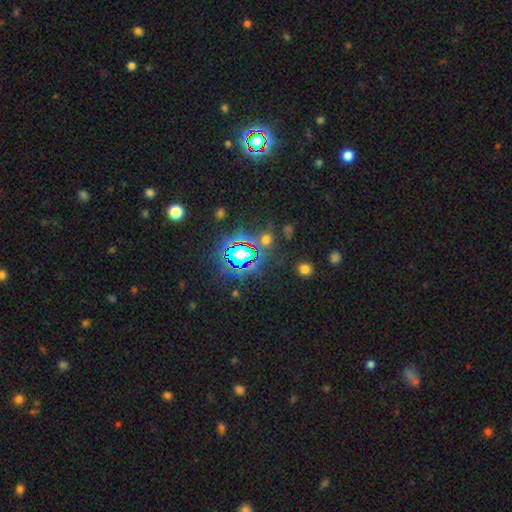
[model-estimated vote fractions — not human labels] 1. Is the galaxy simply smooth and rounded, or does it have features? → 82% star or artifact, 11% smooth, 7% featured or disk.